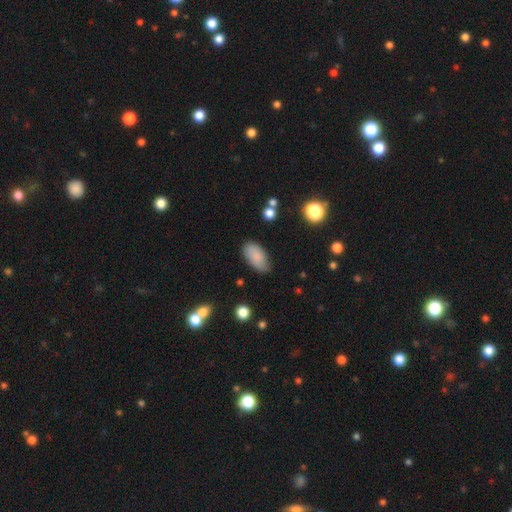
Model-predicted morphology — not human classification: Smooth or featured? smooth (85%)
How rounded? in between (93%)
Merging? none (76%)